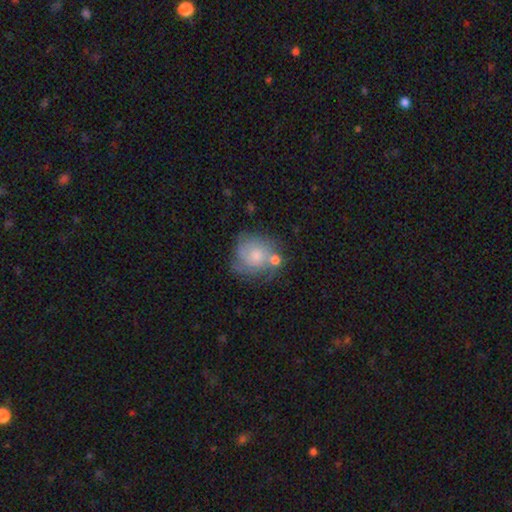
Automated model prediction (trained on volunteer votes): This appears to be a featured or disk galaxy (47%). Merging: none (49%).